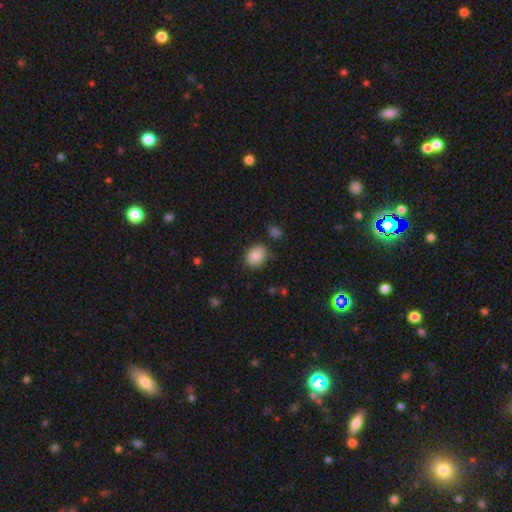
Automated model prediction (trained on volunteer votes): Smooth or featured? Predicted: smooth (p=0.86). How rounded? Predicted: in between (p=0.59). Merging? Predicted: none (p=0.81).